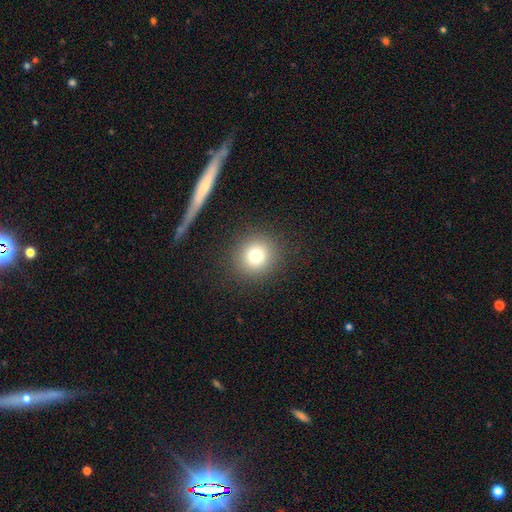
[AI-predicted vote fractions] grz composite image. It shows a smooth galaxy with no disk features (76%) that is round (90%). Merging: none (88%).